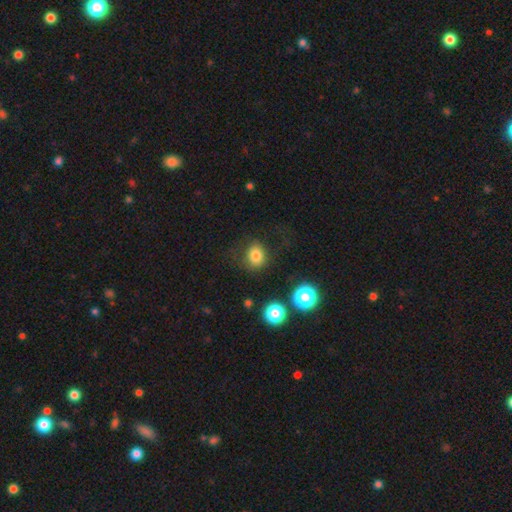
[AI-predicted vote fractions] Q: Smooth or featured?
A: smooth (79%); runner-up: star or artifact (13%)
Q: How rounded?
A: round (64%); runner-up: in between (35%)
Q: Merging?
A: none (70%); runner-up: minor disturbance (17%)